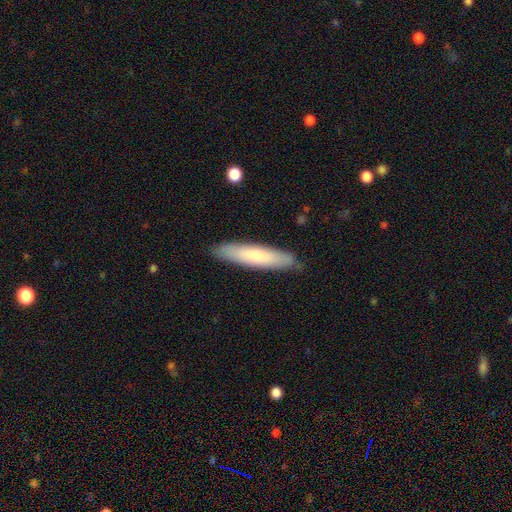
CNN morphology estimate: smooth-or-featured: smooth: 73% | featured or disk: 22% | star or artifact: 5%
  how-rounded: cigar-shaped: 82% | in between: 17% | round: 1%
  merging: none: 87% | minor disturbance: 10% | major disturbance: 2% | merger: 1%